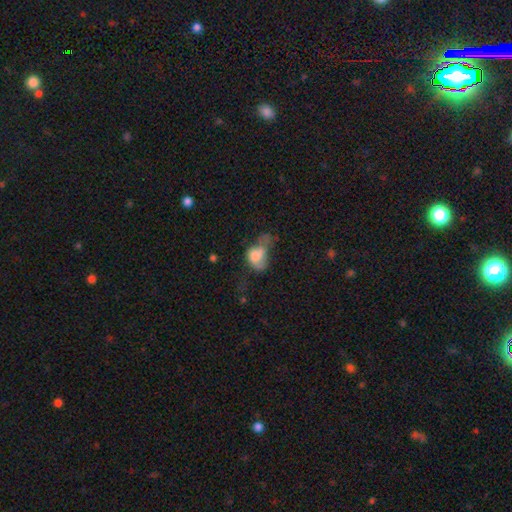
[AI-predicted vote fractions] smooth 66%, featured or disk 24%, star or artifact 10%. Down the decision tree: how rounded — in between (67%); merging — major disturbance (40%).